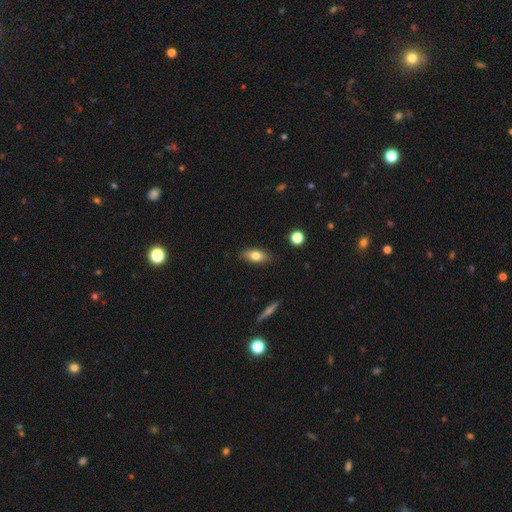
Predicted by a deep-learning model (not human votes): Smooth or featured?
  - smooth: 77% *
  - featured or disk: 16%
  - star or artifact: 8%
How rounded?
  - in between: 82% *
  - cigar-shaped: 14%
  - round: 5%
Merging?
  - none: 86% *
  - minor disturbance: 10%
  - major disturbance: 2%
  - merger: 1%